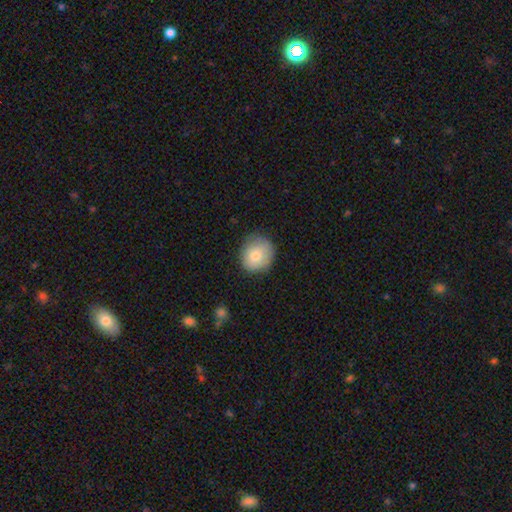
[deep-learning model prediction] smooth-or-featured: smooth: 79% | featured or disk: 14% | star or artifact: 8%
  how-rounded: round: 77% | in between: 22% | cigar-shaped: 1%
  merging: none: 78% | minor disturbance: 17% | major disturbance: 3% | merger: 1%